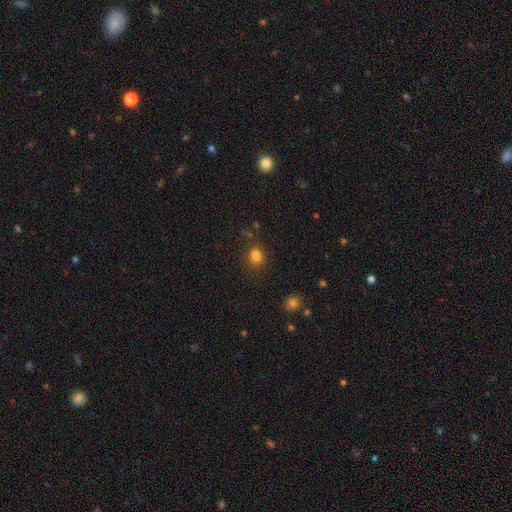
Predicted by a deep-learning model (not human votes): smooth-or-featured: smooth: 80% | star or artifact: 15% | featured or disk: 5%
  how-rounded: round: 50% | in between: 49% | cigar-shaped: 1%
  merging: none: 74% | minor disturbance: 14% | merger: 6% | major disturbance: 5%